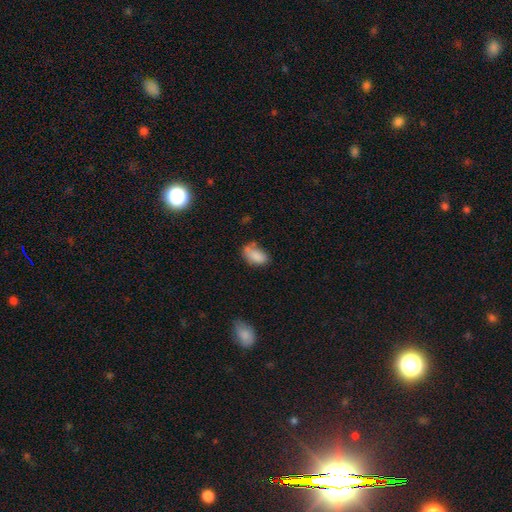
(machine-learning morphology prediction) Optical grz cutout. It shows a smooth galaxy with no disk features (82%) that is in between round and cigar-shaped (91%). Merging: none (52%).